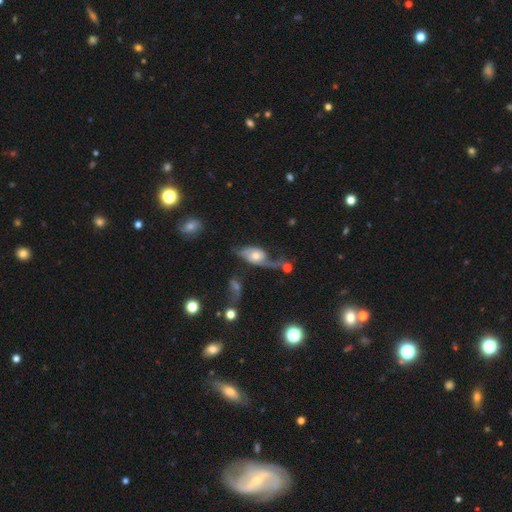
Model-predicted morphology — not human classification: Smooth or featured? featured or disk (62%)
Edge-on disk? no (90%)
Bar? no (74%)
Spiral arms? yes (76%)
Bulge size? moderate (61%)
Merging? major disturbance (37%)